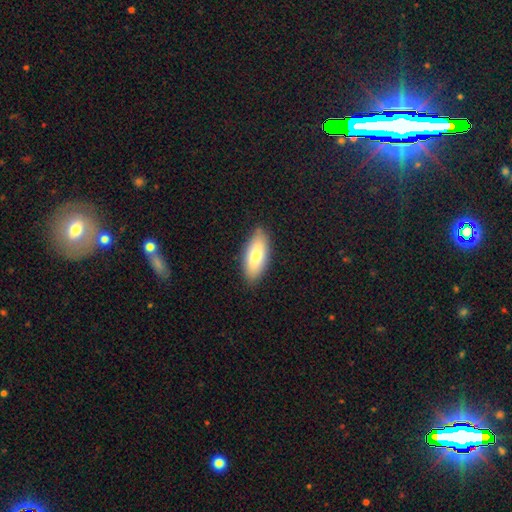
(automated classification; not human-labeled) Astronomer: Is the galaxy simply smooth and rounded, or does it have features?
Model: smooth — 72%.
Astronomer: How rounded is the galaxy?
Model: in between — 83%.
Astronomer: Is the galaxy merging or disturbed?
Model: none — 84%.